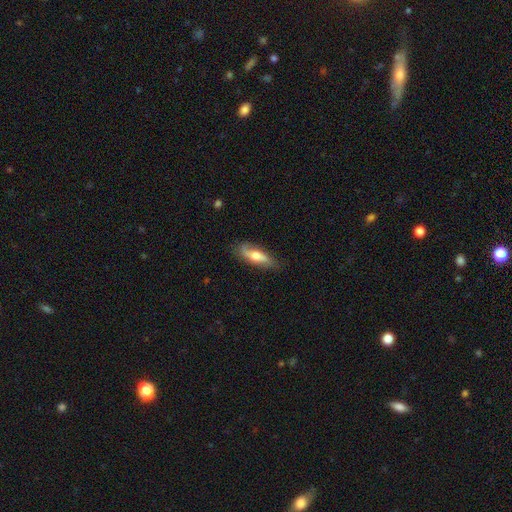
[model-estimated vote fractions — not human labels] A featured or disk galaxy (50%).

Vote fractions:
- Smooth or featured? featured or disk: 50% / smooth: 45% / star or artifact: 6%
- Merging? none: 69% / minor disturbance: 24% / major disturbance: 6% / merger: 2%